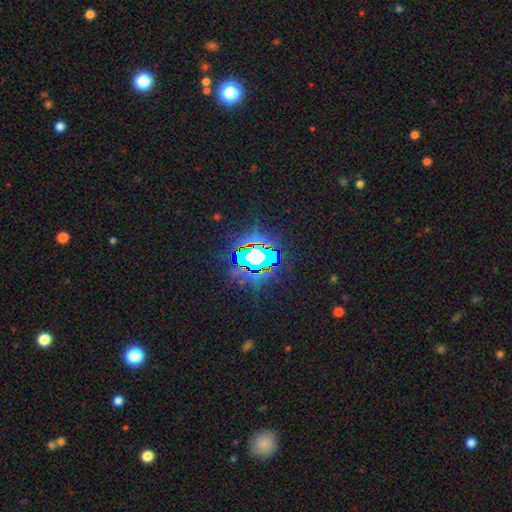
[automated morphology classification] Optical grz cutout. It shows a star or artifact, not a galaxy (66%).